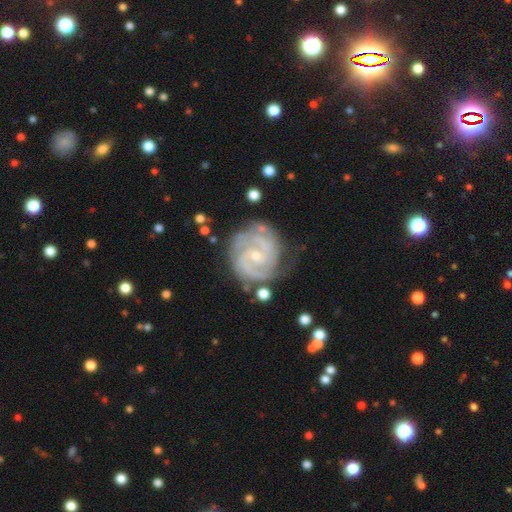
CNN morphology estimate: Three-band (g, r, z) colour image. It shows a featured or disk galaxy (91%) with no bar (49%), 2 (63%) tight (64%) spiral arms (98%) and a small central bulge (69%). Merging: none (69%).